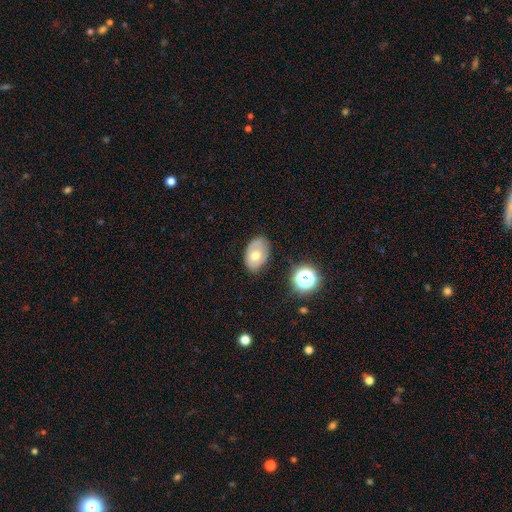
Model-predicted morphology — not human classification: This appears to be a smooth galaxy with no disk features (53%) that is in between round and cigar-shaped (84%). Merging: none (72%).